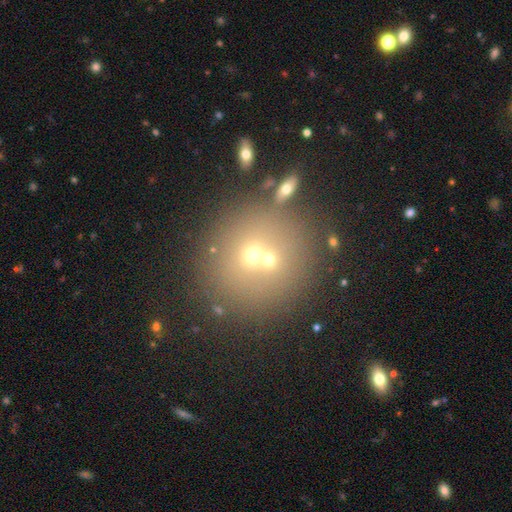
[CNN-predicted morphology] This appears to be a smooth galaxy with no disk features (59%) that is round (87%). Merging: none (54%).